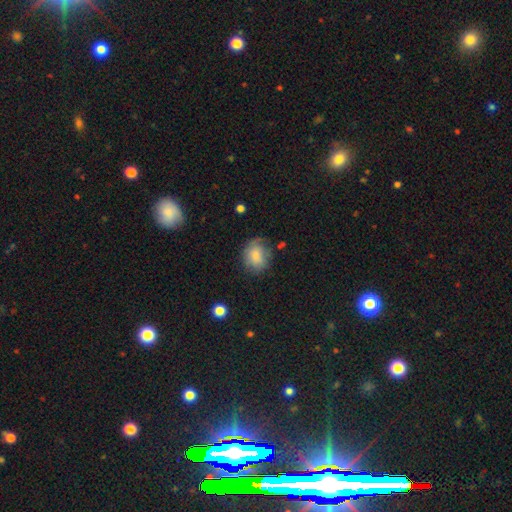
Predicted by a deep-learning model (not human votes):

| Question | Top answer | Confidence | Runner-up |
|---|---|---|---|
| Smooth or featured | smooth | 75% | featured or disk (17%) |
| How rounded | round | 61% | in between (38%) |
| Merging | none | 59% | minor disturbance (27%) |